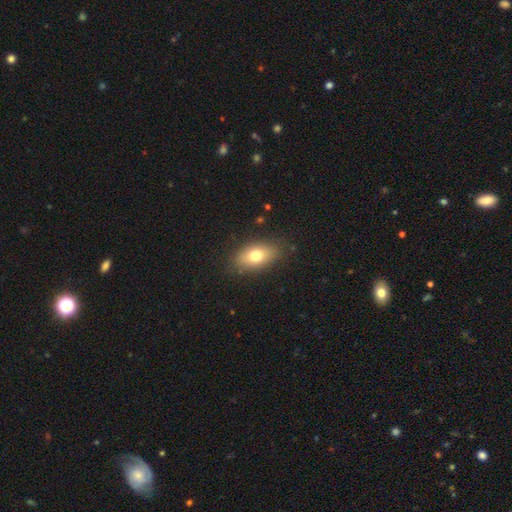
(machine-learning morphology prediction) Smooth or featured: smooth — 75% (featured or disk — 17%)
How rounded: in between — 87% (round — 9%)
Merging: none — 84% (minor disturbance — 12%)